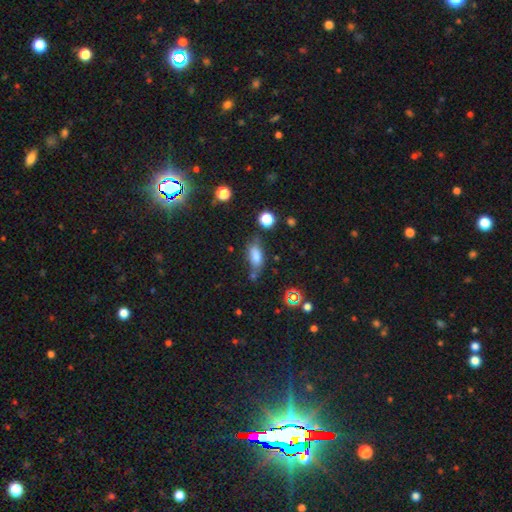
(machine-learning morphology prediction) Q: Smooth or featured?
A: smooth (75%); runner-up: featured or disk (13%)
Q: How rounded?
A: in between (78%); runner-up: cigar-shaped (17%)
Q: Merging?
A: none (56%); runner-up: minor disturbance (25%)